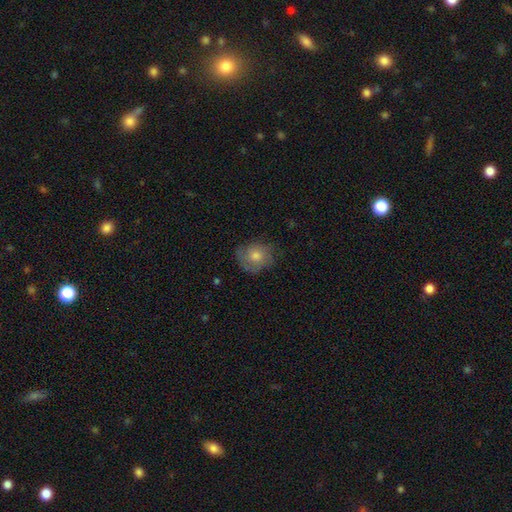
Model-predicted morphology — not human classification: type=smooth (54%); roundness=round (73%); merging=none (70%).